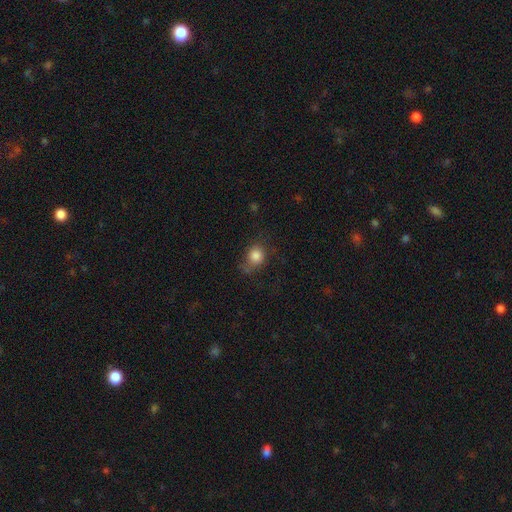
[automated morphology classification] The model was most divided on "merging": none: 59%, minor disturbance: 25%, major disturbance: 12%, merger: 3%. More confident: smooth or featured — smooth (82%); how rounded — round (74%).